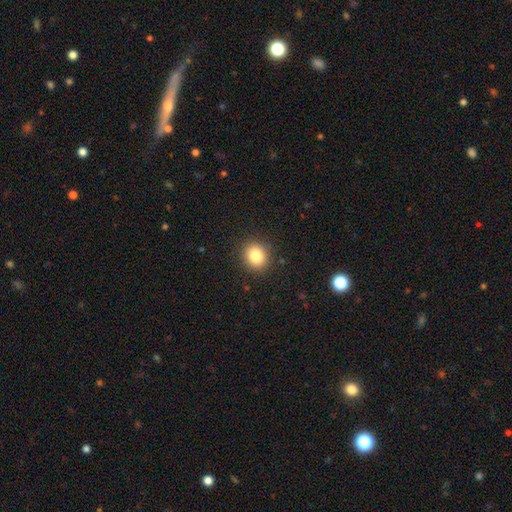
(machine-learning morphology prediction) This is clearly a smooth galaxy (83%). How rounded: likely round (80%). Merging: clearly none (90%).